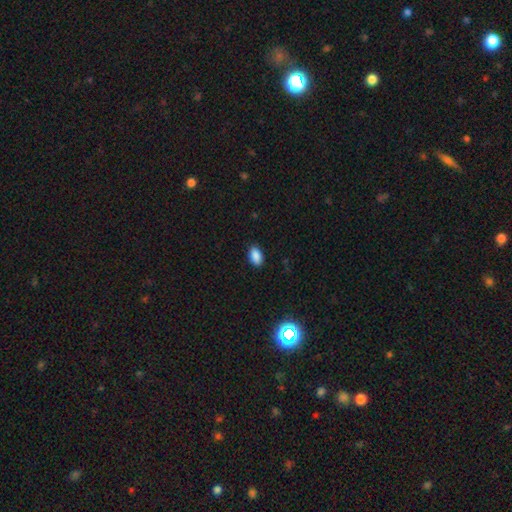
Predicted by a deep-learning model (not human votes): A smooth galaxy with no disk features (88%) that is in between round and cigar-shaped (92%). Merging: none (88%).